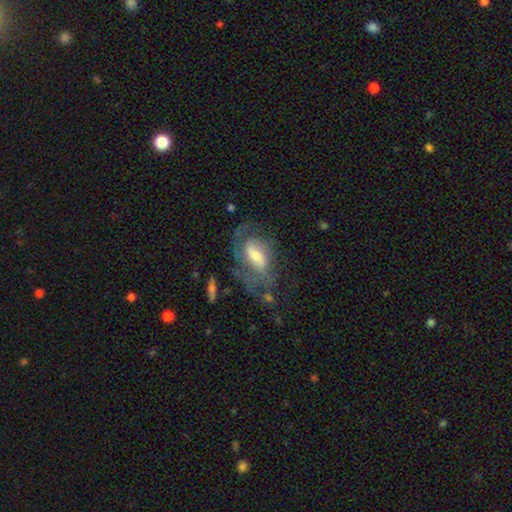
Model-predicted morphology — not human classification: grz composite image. It shows a featured or disk galaxy (71%) with a weak bar (48%), 2 (45%) medium (46%) spiral arms (86%) and a moderate central bulge (45%). Merging: none (46%).